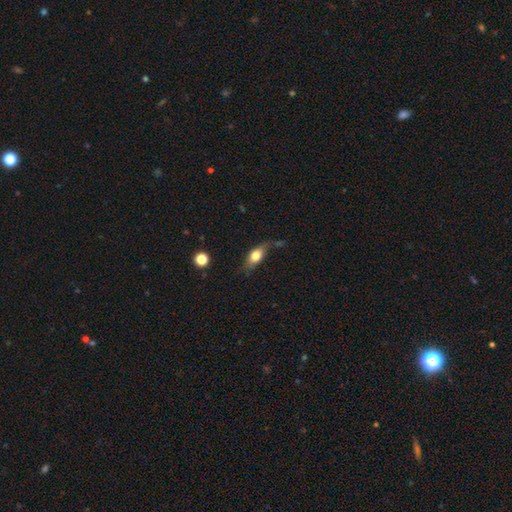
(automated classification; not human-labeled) smooth 67%, featured or disk 25%, star or artifact 8%. Down the decision tree: how rounded — in between (74%); merging — none (53%).